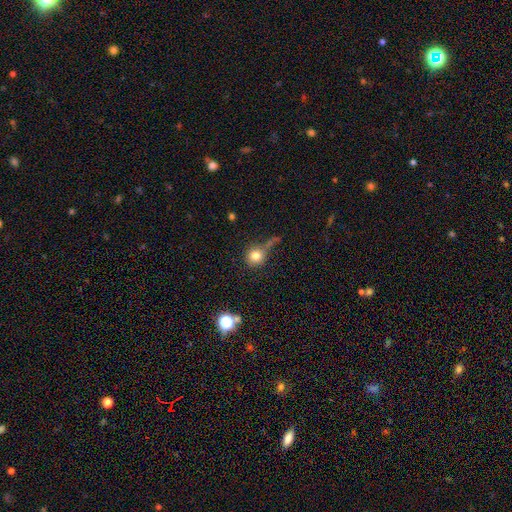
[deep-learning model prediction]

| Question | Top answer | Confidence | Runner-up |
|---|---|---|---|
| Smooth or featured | smooth | 79% | star or artifact (12%) |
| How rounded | round | 91% | in between (8%) |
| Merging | none | 56% | minor disturbance (17%) |